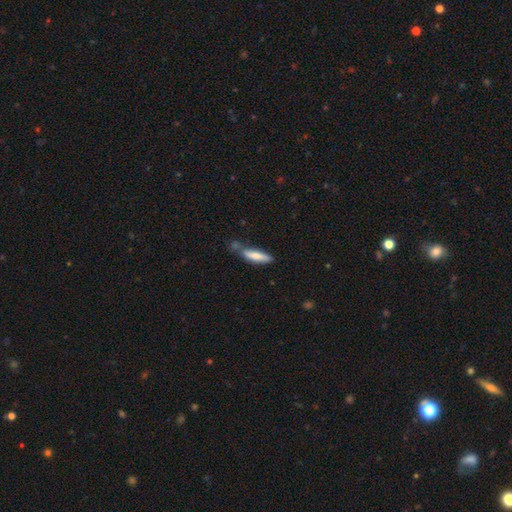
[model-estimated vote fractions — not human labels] Q: Smooth or featured?
A: smooth (78%); runner-up: featured or disk (16%)
Q: How rounded?
A: cigar-shaped (73%); runner-up: in between (26%)
Q: Merging?
A: none (50%); runner-up: minor disturbance (24%)